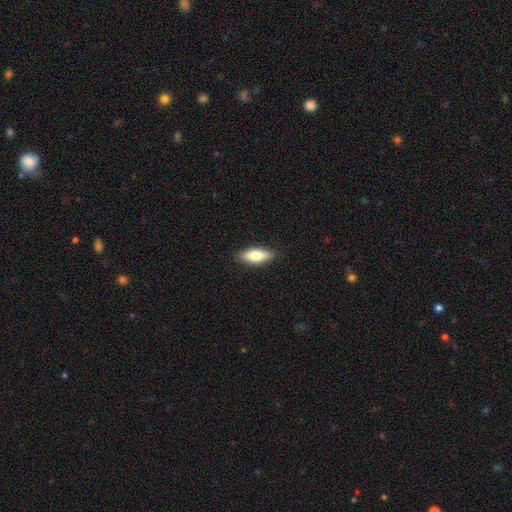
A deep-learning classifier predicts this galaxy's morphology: Overall: smooth (73%). How rounded: in between (75%). Merging: none (88%).